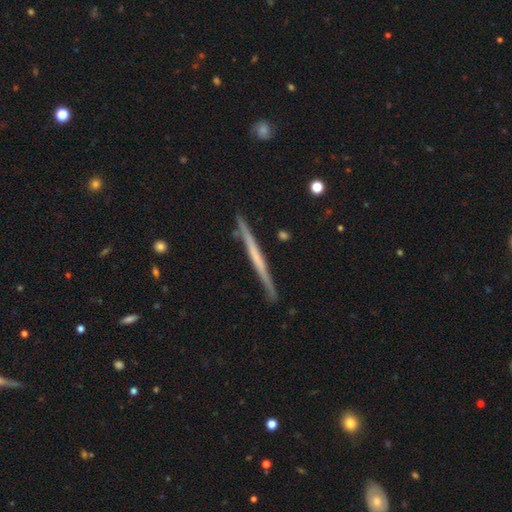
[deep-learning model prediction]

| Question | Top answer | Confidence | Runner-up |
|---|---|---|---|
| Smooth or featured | featured or disk | 64% | smooth (31%) |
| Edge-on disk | yes | 97% | no (3%) |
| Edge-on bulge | none | 81% | rounded (11%) |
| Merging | none | 88% | minor disturbance (9%) |